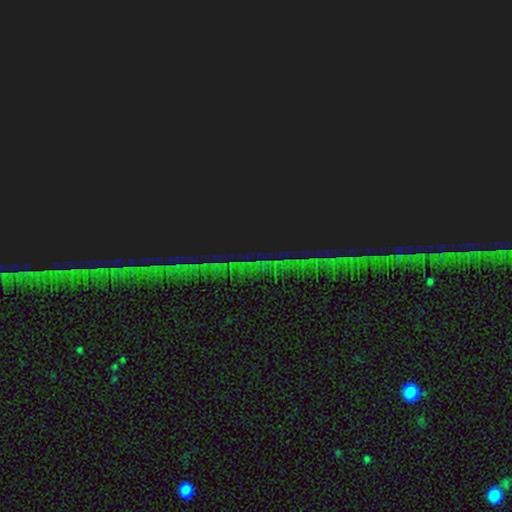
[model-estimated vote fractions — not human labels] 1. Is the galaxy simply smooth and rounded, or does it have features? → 86% star or artifact, 7% featured or disk, 7% smooth.